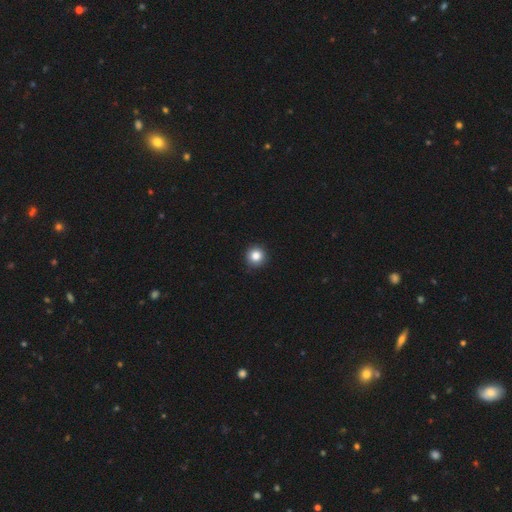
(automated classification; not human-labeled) smooth 85%, star or artifact 11%, featured or disk 5%. Down the decision tree: how rounded — round (95%); merging — none (92%).